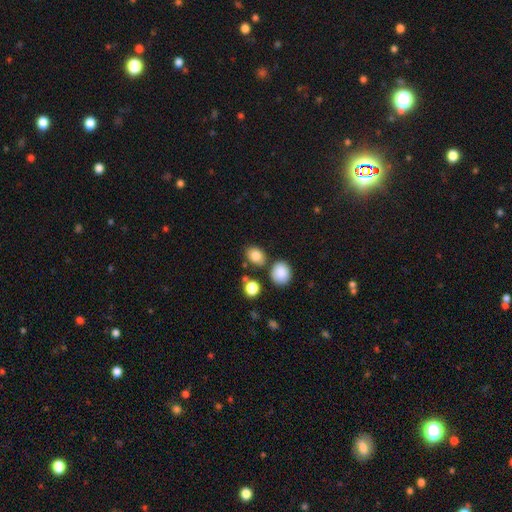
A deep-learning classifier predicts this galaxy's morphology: Smooth or featured?
  - smooth: 83% *
  - star or artifact: 11%
  - featured or disk: 7%
How rounded?
  - in between: 59% *
  - round: 40%
  - cigar-shaped: 1%
Merging?
  - none: 73% *
  - minor disturbance: 12%
  - merger: 12%
  - major disturbance: 3%